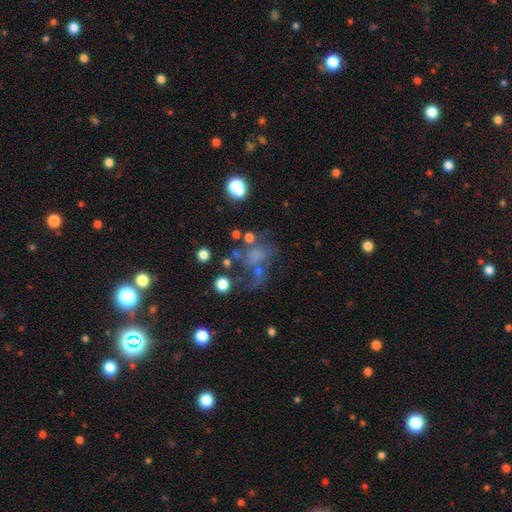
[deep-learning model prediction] A smooth galaxy with no disk features (40%).

Vote fractions:
- Smooth or featured? smooth: 40% / featured or disk: 38% / star or artifact: 21%
- Merging? major disturbance: 34% / none: 32% / minor disturbance: 17% / merger: 16%